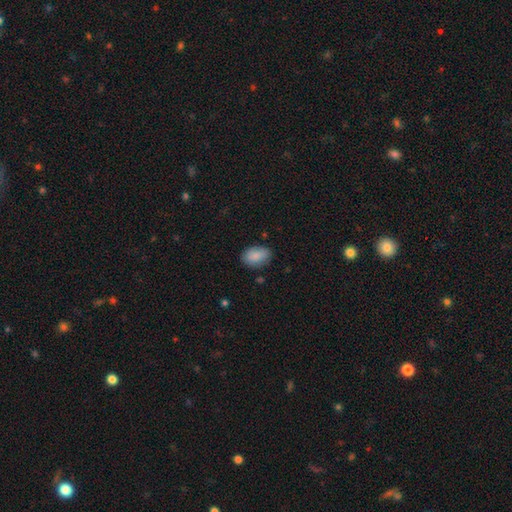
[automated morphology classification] Smooth or featured? smooth (88%)
How rounded? in between (87%)
Merging? none (81%)